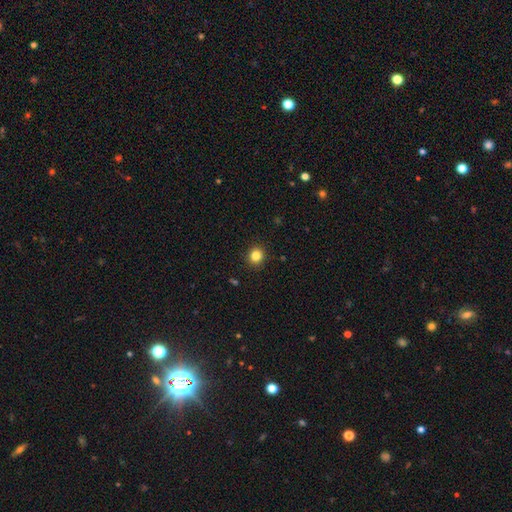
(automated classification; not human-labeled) Smooth or featured? smooth (83%)
How rounded? round (88%)
Merging? none (92%)